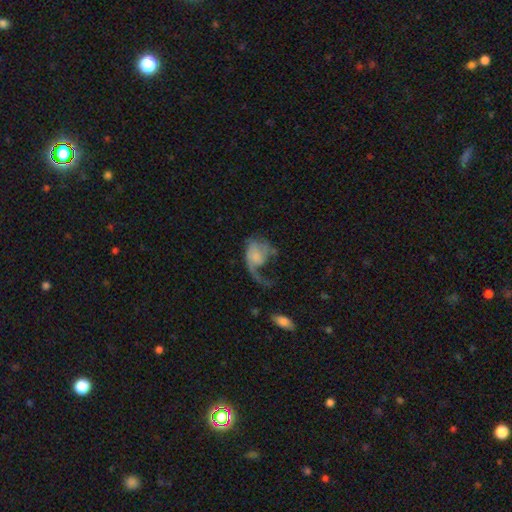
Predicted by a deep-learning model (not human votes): The model was most divided on "bulge size": none: 33%, small: 31%, moderate: 23%, large: 9%, dominant: 3%. More confident: edge-on disk — no (97%); spiral arms — yes (79%); bar — no (73%); smooth or featured — featured or disk (65%); merging — major disturbance (59%).